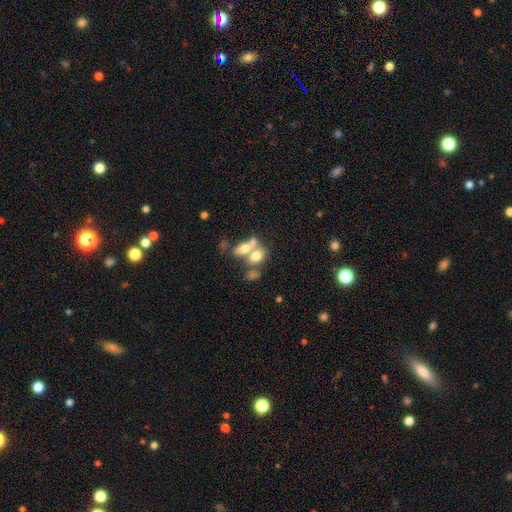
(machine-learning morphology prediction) type=smooth (64%); roundness=in between (71%); merging=merger (61%).